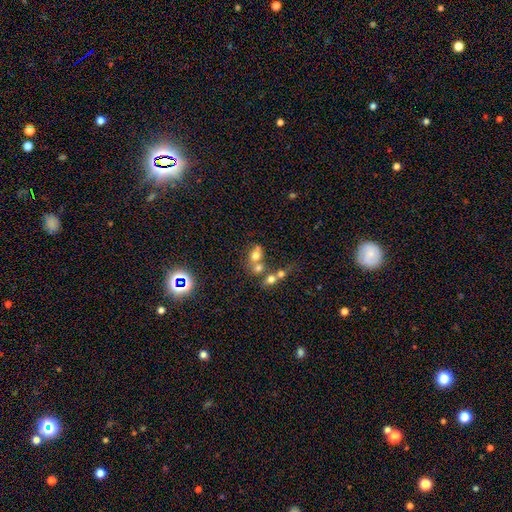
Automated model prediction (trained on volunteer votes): This is likely a smooth galaxy (65%). How rounded: possibly round (56%). Merging: possibly merger (54%).